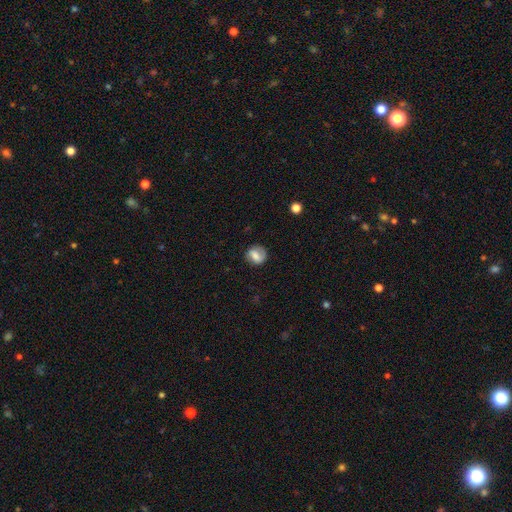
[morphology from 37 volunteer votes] Smooth or featured? 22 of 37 (59%) said smooth. How rounded? 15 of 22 (68%) said round. Merging? 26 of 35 (74%) said none.